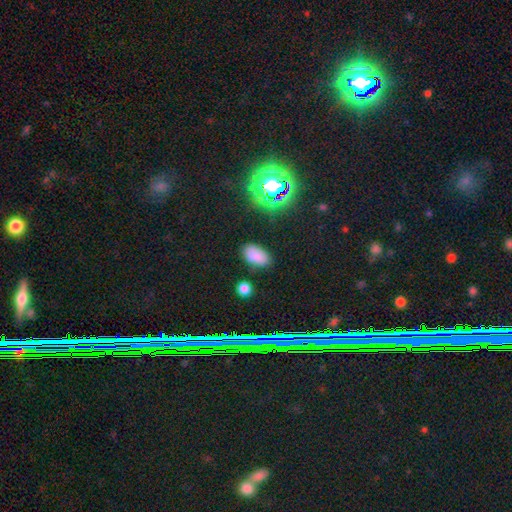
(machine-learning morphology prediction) Overall: smooth (80%). How rounded: in between (93%). Merging: none (79%).